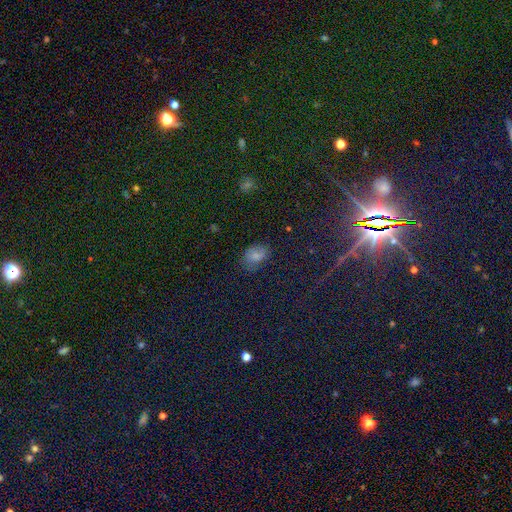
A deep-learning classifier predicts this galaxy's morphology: A smooth galaxy with no disk features (71%) that is in between round and cigar-shaped (77%). Merging: none (63%).